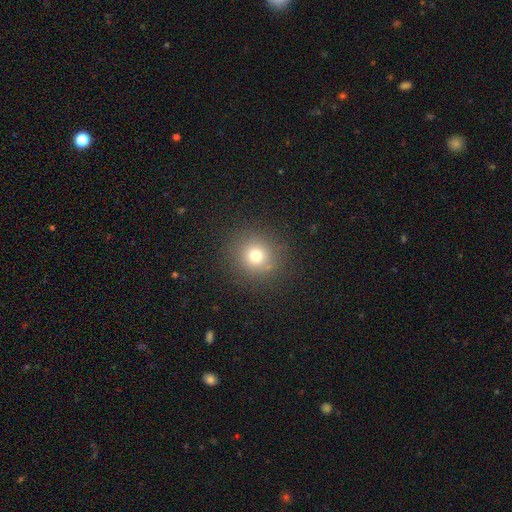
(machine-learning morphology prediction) smooth 74%, star or artifact 17%, featured or disk 9%. Down the decision tree: how rounded — round (92%); merging — none (87%).